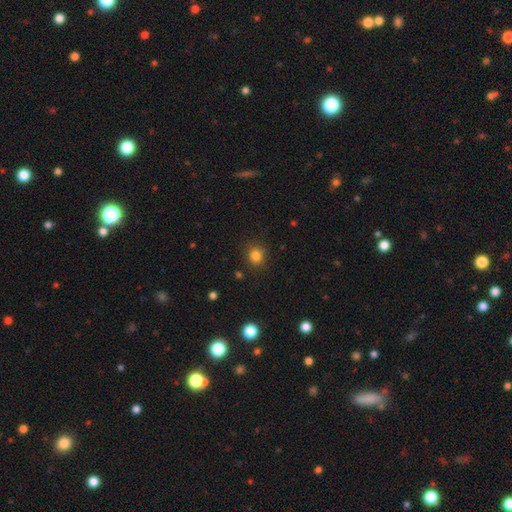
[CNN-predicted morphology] A smooth galaxy with no disk features (83%) that is round (85%). Merging: none (85%).